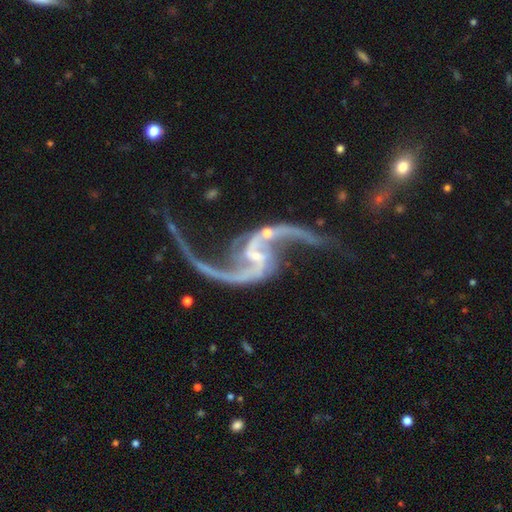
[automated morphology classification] A featured or disk galaxy (93%) with a weak bar (43%), 2 (94%) loose (84%) spiral arms (98%) and a small central bulge (68%).

Vote fractions:
- Smooth or featured? featured or disk: 93% / star or artifact: 5% / smooth: 2%
- Edge-on disk? no: 98% / yes: 2%
- Bar? weak: 43% / no: 33% / strong: 24%
- Spiral arms? yes: 98% / no: 2%
- Spiral winding? loose: 84% / medium: 13% / tight: 3%
- Spiral arm count? 2: 94% / 1: 1% / can't tell: 1% / 3: 1% / 4: 1% / more than 4: 1%
- Bulge size? small: 68% / none: 16% / moderate: 14% / large: 2% / dominant: 1%
- Merging? none: 58% / minor disturbance: 16% / major disturbance: 16% / merger: 10%